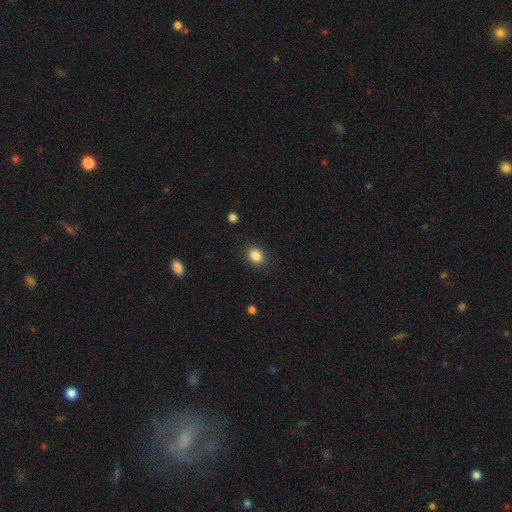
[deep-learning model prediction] This appears to be a smooth galaxy with no disk features (86%) that is round (53%). Merging: none (88%).